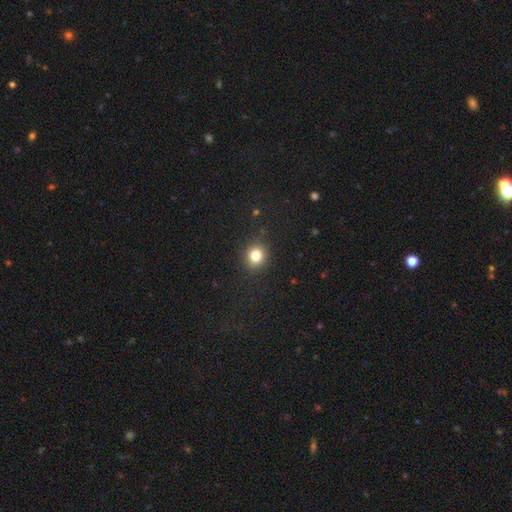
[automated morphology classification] The model was most divided on "how rounded": round: 82%, in between: 17%, cigar-shaped: 1%. More confident: merging — none (89%); smooth or featured — smooth (81%).